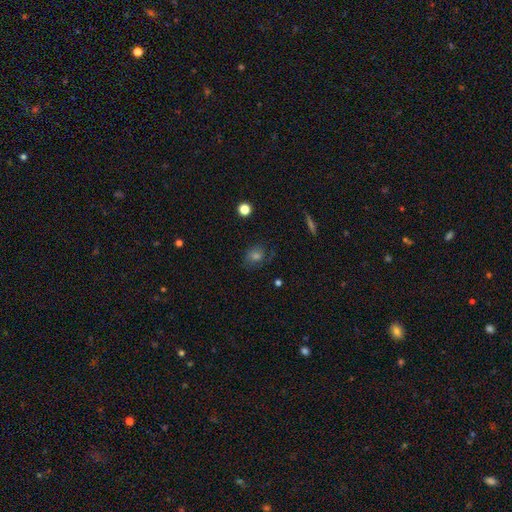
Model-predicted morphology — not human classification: smooth_or_featured: smooth (p=0.47) [alt: featured or disk p=0.32]
merging: none (p=0.72) [alt: minor disturbance p=0.17]